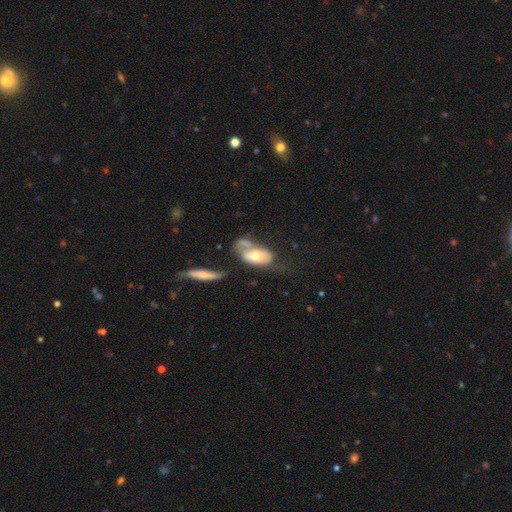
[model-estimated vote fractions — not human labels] Morphology: type=smooth (52%); roundness=in between (89%); merging=merger (35%).